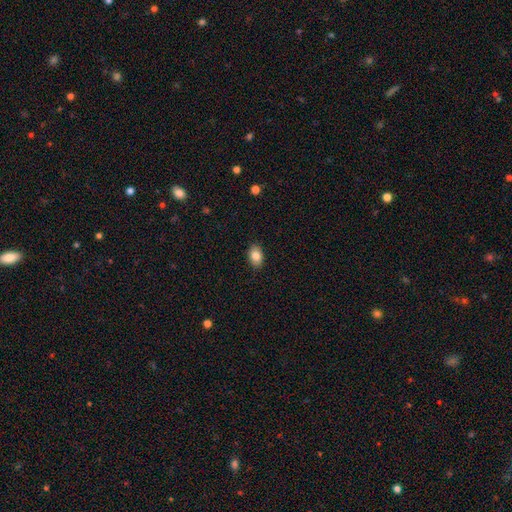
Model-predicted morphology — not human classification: Smooth or featured? smooth (85%)
How rounded? in between (85%)
Merging? none (88%)